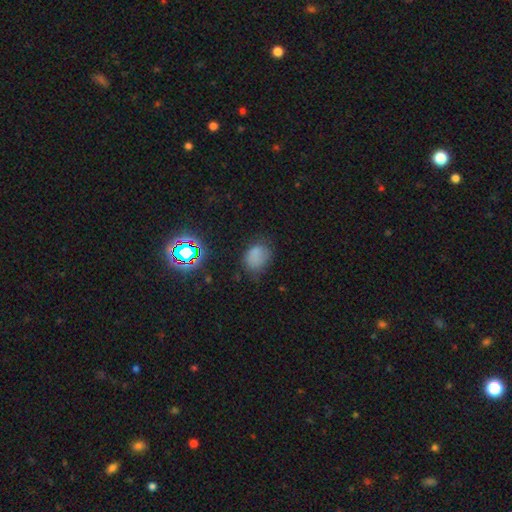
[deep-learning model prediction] This appears to be a smooth galaxy with no disk features (70%) that is in between round and cigar-shaped (60%). Merging: none (59%).